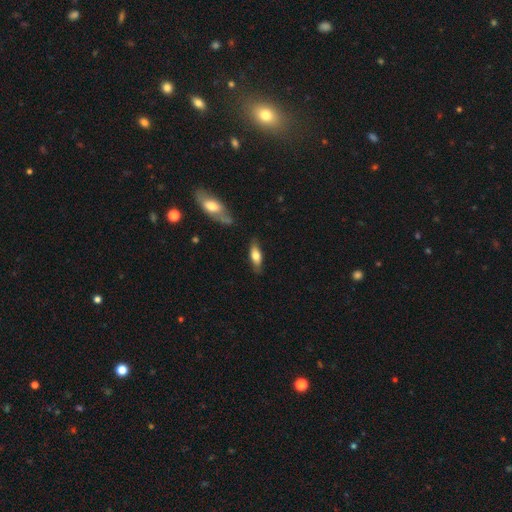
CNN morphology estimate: smooth-or-featured: smooth: 67% | featured or disk: 27% | star or artifact: 6%
  how-rounded: in between: 65% | cigar-shaped: 32% | round: 3%
  merging: none: 78% | minor disturbance: 15% | major disturbance: 3% | merger: 3%